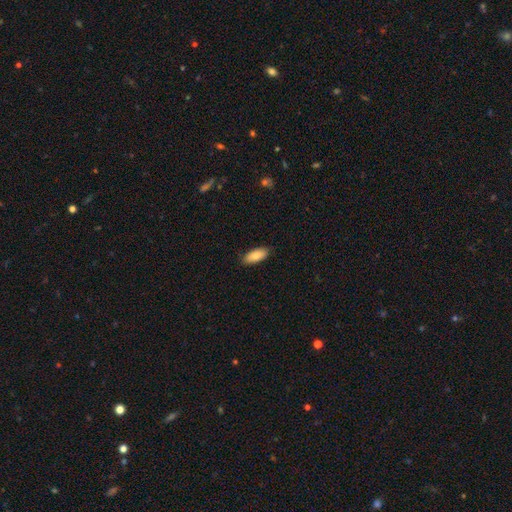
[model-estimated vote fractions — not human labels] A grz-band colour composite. It shows a smooth galaxy with no disk features (84%) that is in between round and cigar-shaped (86%). Merging: none (86%).